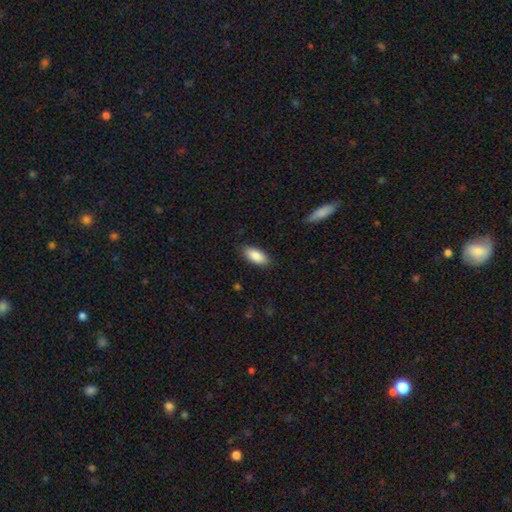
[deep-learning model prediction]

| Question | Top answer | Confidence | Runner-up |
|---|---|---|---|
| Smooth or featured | smooth | 87% | featured or disk (7%) |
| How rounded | in between | 88% | cigar-shaped (10%) |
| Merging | none | 85% | minor disturbance (11%) |